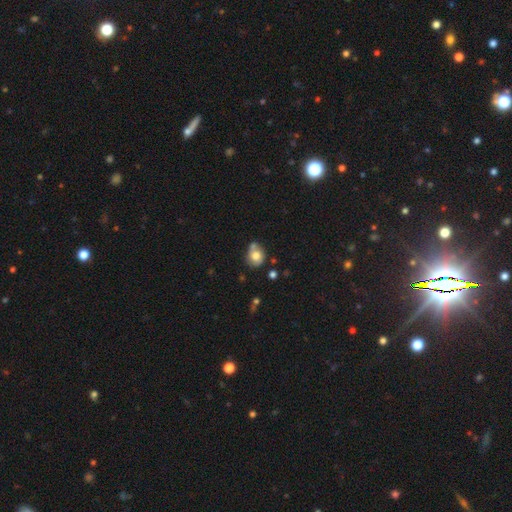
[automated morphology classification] Q: Smooth or featured?
A: smooth (72%); runner-up: featured or disk (18%)
Q: How rounded?
A: round (69%); runner-up: in between (30%)
Q: Merging?
A: none (51%); runner-up: merger (23%)